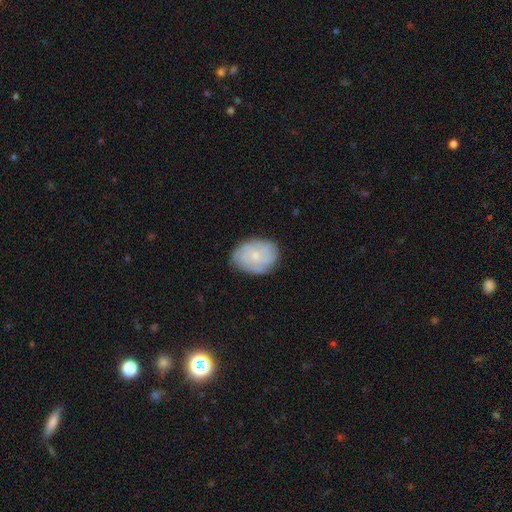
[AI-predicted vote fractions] Smooth or featured? Predicted: featured or disk (p=0.49). Merging? Predicted: none (p=0.76).